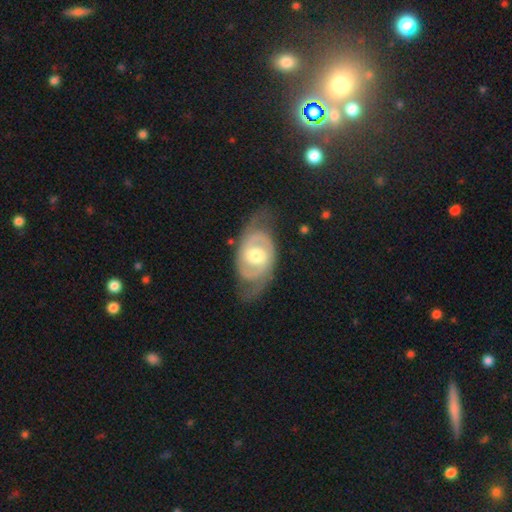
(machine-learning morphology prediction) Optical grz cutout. It shows a featured or disk galaxy (84%) with no bar (47%), 2 (85%) tight (44%) spiral arms (92%) and a moderate central bulge (72%). Merging: none (68%).